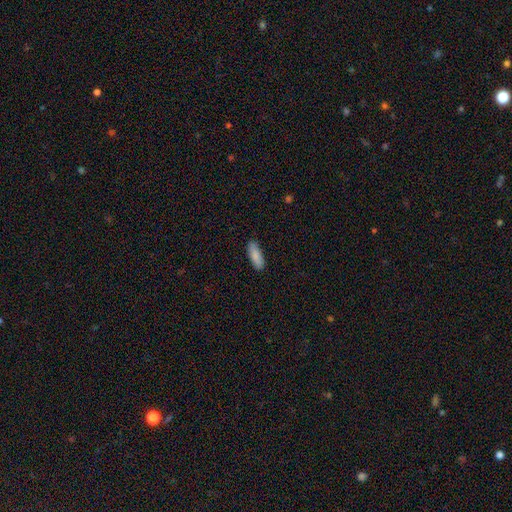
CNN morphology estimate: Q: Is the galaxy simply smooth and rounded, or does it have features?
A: smooth — 88%.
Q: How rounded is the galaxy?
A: in between — 66%.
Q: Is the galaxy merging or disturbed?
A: none — 85%.